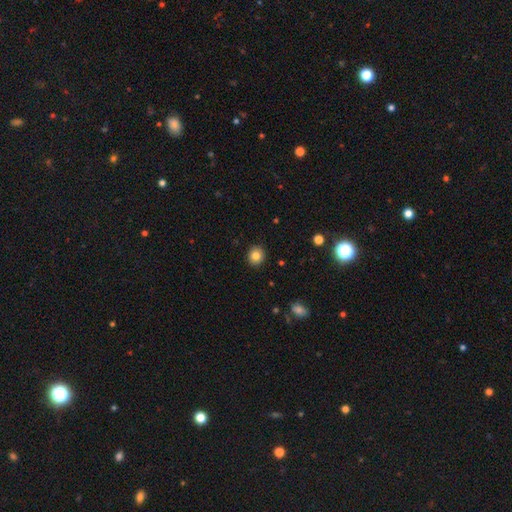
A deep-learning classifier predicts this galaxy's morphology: Smooth or featured?
  - smooth: 82% *
  - star or artifact: 11%
  - featured or disk: 7%
How rounded?
  - round: 87% *
  - in between: 12%
  - cigar-shaped: 1%
Merging?
  - none: 92% *
  - minor disturbance: 6%
  - major disturbance: 2%
  - merger: 1%